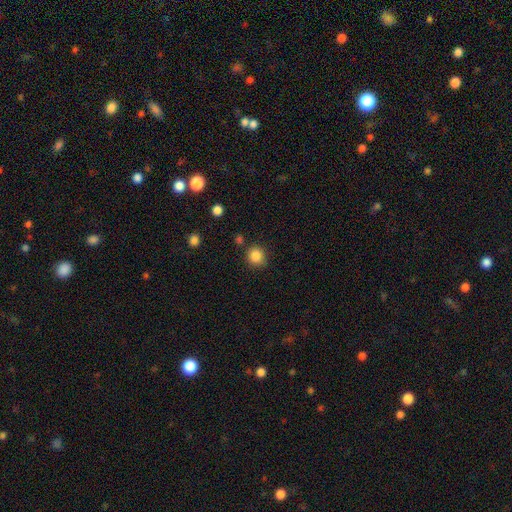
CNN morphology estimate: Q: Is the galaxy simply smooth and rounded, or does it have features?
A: smooth — 86%.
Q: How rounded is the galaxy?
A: round — 89%.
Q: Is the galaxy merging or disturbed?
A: none — 82%.